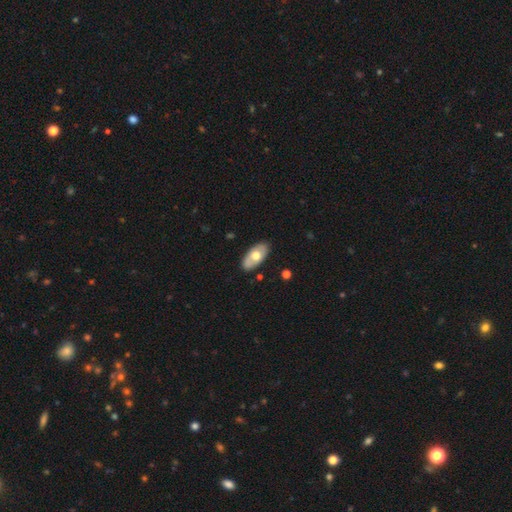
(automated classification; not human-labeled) Morphology: type=smooth (56%); roundness=in between (92%); merging=none (85%).